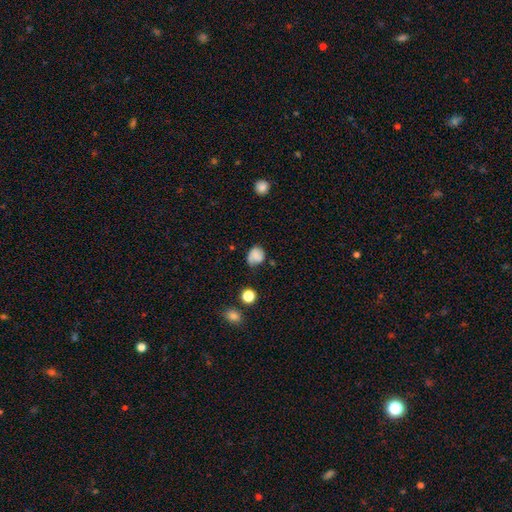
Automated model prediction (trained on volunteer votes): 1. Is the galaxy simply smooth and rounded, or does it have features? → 76% smooth, 13% featured or disk, 11% star or artifact.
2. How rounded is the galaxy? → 57% round, 42% in between, 1% cigar-shaped.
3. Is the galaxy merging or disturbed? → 58% none, 30% minor disturbance, 9% major disturbance, 4% merger.